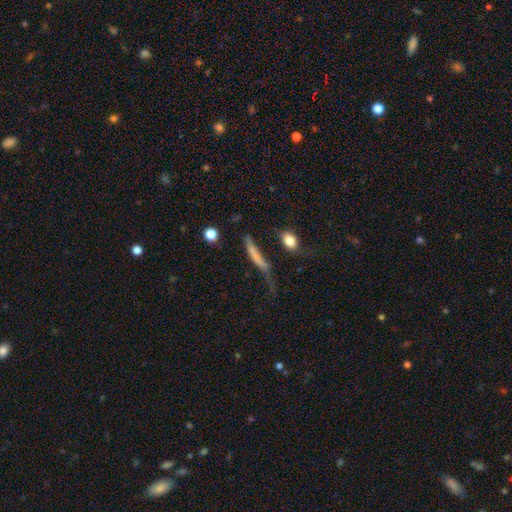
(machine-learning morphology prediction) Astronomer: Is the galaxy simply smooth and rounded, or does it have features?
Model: smooth — 59%.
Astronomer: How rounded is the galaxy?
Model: cigar-shaped — 83%.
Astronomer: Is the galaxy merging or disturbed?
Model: none — 35% (runner-up: major disturbance, 31%).